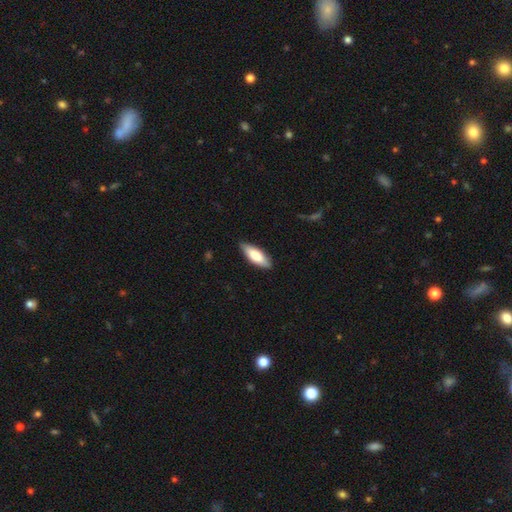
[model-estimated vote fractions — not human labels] smooth-or-featured: smooth: 75% | featured or disk: 20% | star or artifact: 5%
  how-rounded: in between: 65% | cigar-shaped: 33% | round: 2%
  merging: none: 85% | minor disturbance: 12% | major disturbance: 2% | merger: 1%